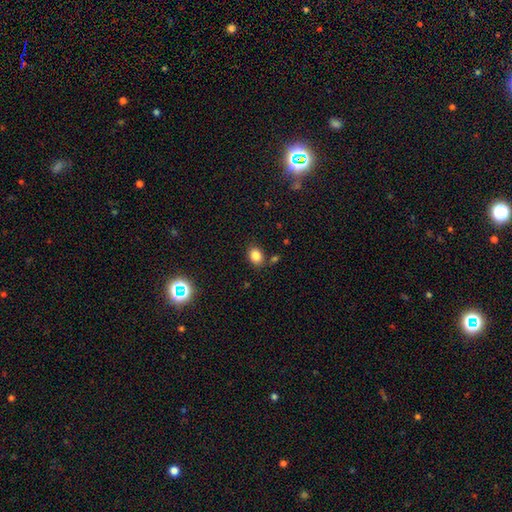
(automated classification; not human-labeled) Smooth or featured: smooth — 83% (star or artifact — 12%)
How rounded: in between — 56% (round — 43%)
Merging: none — 80% (minor disturbance — 11%)